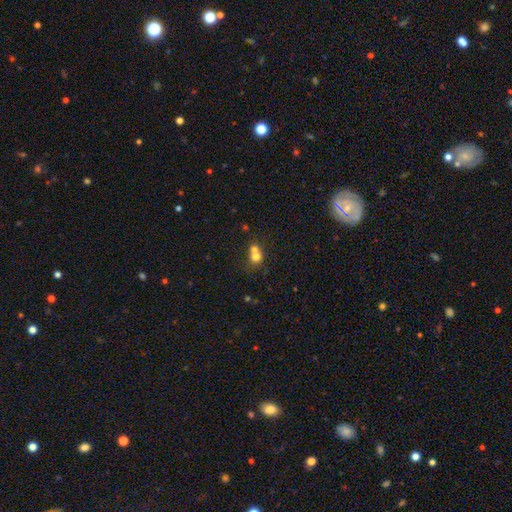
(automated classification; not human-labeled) Morphology: type=smooth (70%); roundness=round (73%); merging=merger (65%).